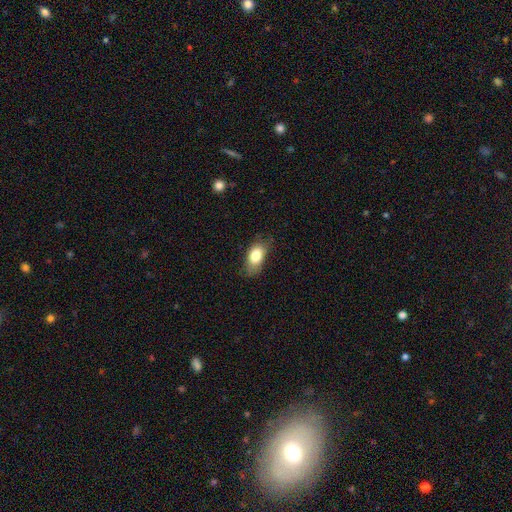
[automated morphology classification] Overall: smooth (80%). How rounded: in between (88%). Merging: none (68%).